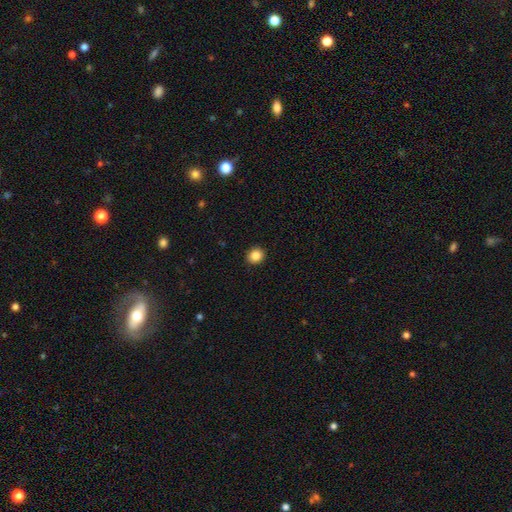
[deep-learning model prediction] Smooth or featured?
  - smooth: 85% *
  - star or artifact: 10%
  - featured or disk: 5%
How rounded?
  - round: 81% *
  - in between: 18%
  - cigar-shaped: 1%
Merging?
  - none: 92% *
  - minor disturbance: 5%
  - major disturbance: 2%
  - merger: 1%